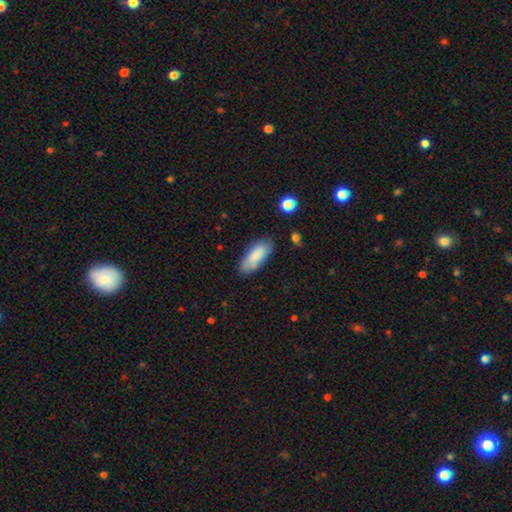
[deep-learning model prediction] A smooth galaxy with no disk features (83%) that is in between round and cigar-shaped (77%).

Vote fractions:
- Smooth or featured? smooth: 83% / featured or disk: 10% / star or artifact: 6%
- How rounded? in between: 77% / cigar-shaped: 22% / round: 2%
- Merging? none: 77% / minor disturbance: 17% / major disturbance: 4% / merger: 3%